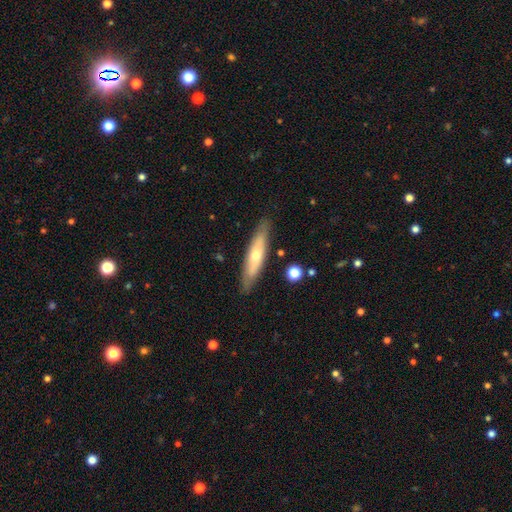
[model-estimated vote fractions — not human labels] smooth_or_featured: featured or disk (p=0.48) [alt: smooth p=0.46]
merging: none (p=0.85) [alt: minor disturbance p=0.11]